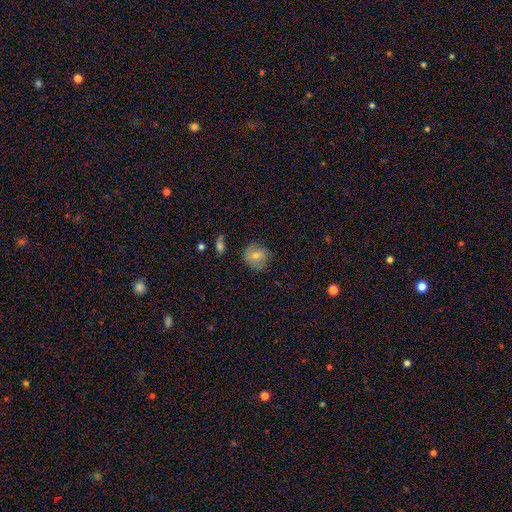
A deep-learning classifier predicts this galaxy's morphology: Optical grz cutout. It shows a smooth galaxy with no disk features (65%) that is round (83%). Merging: none (78%).